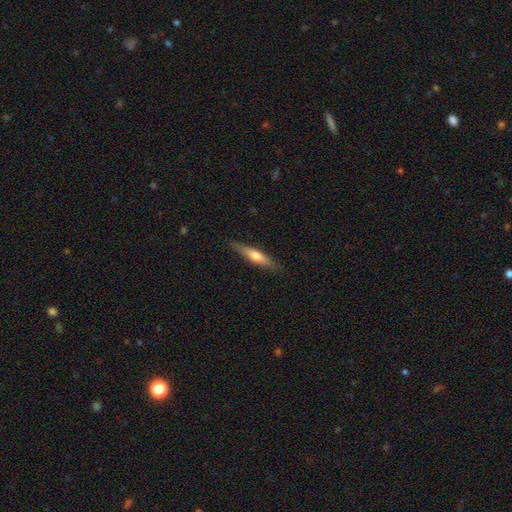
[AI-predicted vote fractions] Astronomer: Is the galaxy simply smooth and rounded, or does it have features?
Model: smooth — 50% (runner-up: featured or disk, 45%).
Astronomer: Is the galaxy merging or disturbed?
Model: none — 85%.